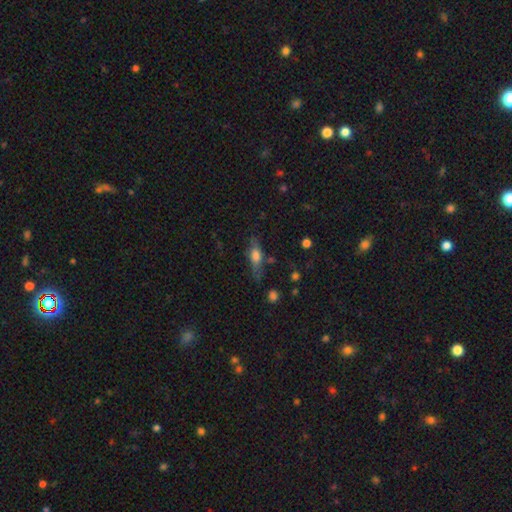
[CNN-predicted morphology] A smooth galaxy with no disk features (59%) that is in between round and cigar-shaped (54%).

Vote fractions:
- Smooth or featured? smooth: 59% / featured or disk: 32% / star or artifact: 9%
- How rounded? in between: 54% / cigar-shaped: 42% / round: 5%
- Merging? none: 64% / minor disturbance: 23% / major disturbance: 9% / merger: 4%